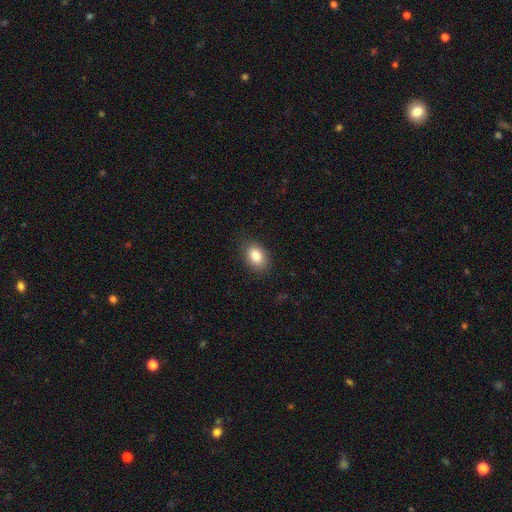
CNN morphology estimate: Smooth or featured? Predicted: smooth (p=0.85). How rounded? Predicted: in between (p=0.84). Merging? Predicted: none (p=0.84).